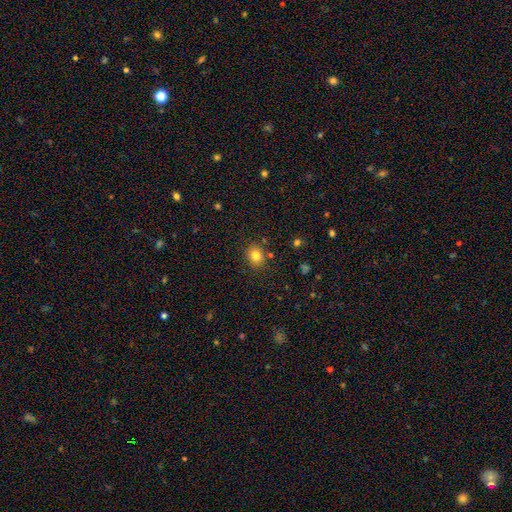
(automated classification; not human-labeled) Smooth or featured? smooth (81%)
How rounded? round (71%)
Merging? none (85%)